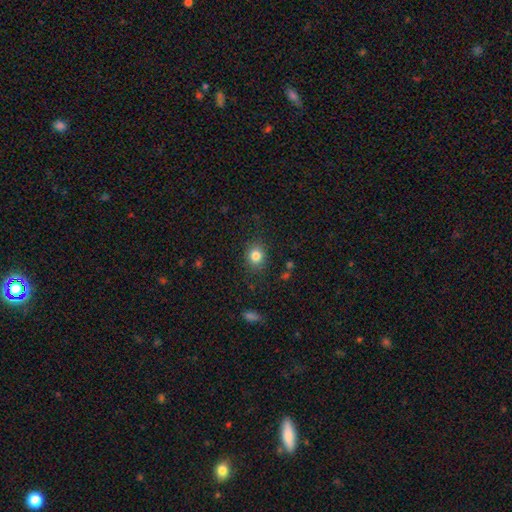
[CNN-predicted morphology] Overall: smooth (83%). How rounded: round (67%; in between 32%). Merging: none (85%).